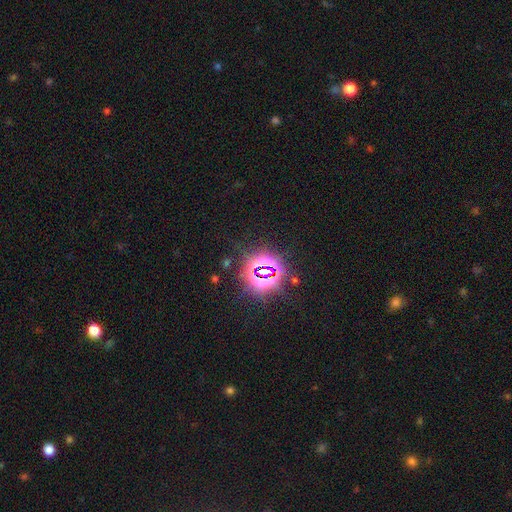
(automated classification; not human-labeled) Smooth or featured?
  - star or artifact: 84% *
  - smooth: 10%
  - featured or disk: 6%